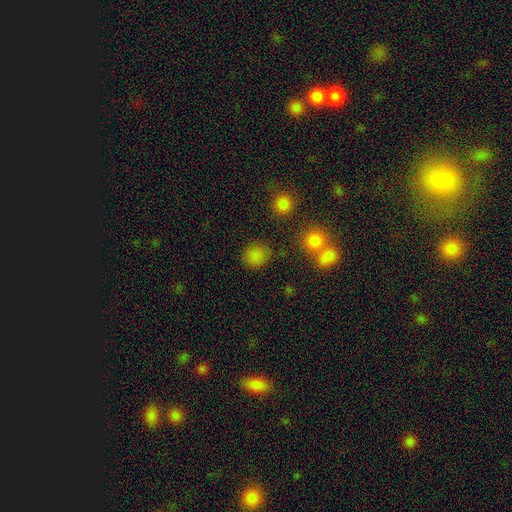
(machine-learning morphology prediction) The model was most divided on "smooth or featured": smooth: 82%, star or artifact: 14%, featured or disk: 4%. More confident: how rounded — round (86%); merging — none (83%).